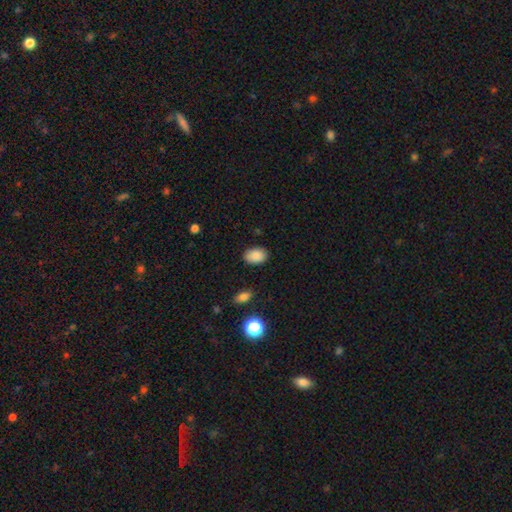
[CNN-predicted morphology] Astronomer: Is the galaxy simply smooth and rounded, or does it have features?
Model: smooth — 88%.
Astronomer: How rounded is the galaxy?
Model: in between — 83%.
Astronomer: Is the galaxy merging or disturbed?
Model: none — 87%.